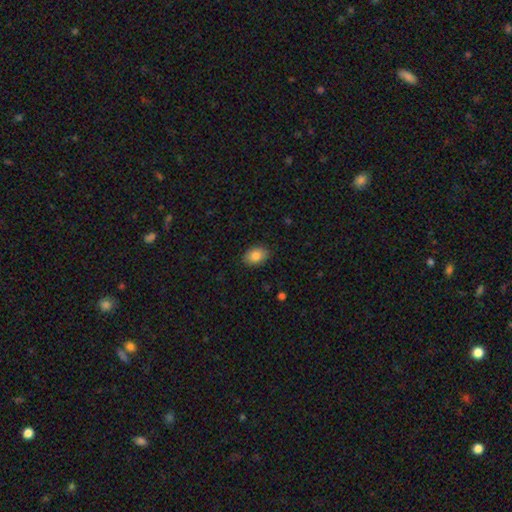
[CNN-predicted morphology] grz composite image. It shows a smooth galaxy with no disk features (85%) that is in between round and cigar-shaped (86%). Merging: none (88%).